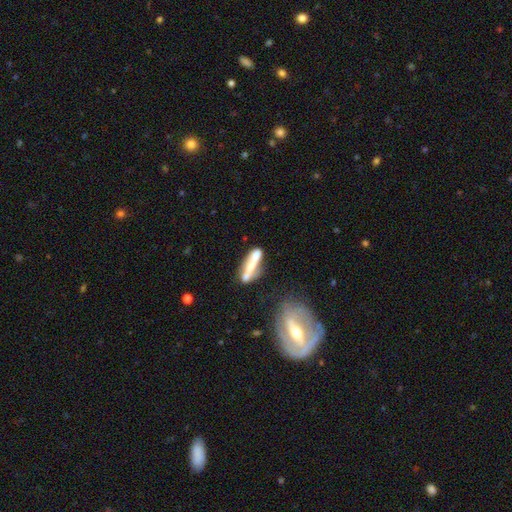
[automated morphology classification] Q: Smooth or featured?
A: smooth (47%); runner-up: featured or disk (45%)
Q: Merging?
A: none (48%); runner-up: minor disturbance (22%)